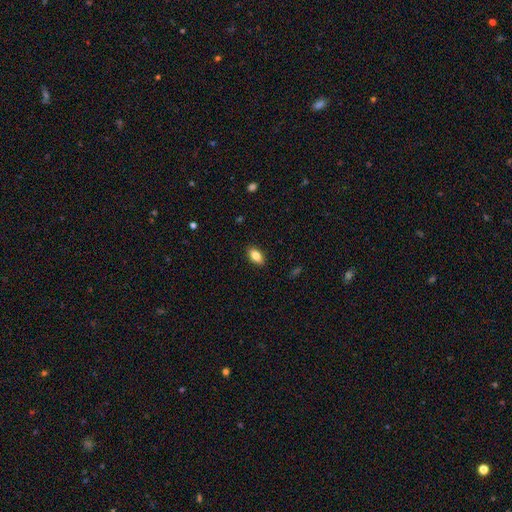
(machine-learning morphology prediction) smooth-or-featured: smooth: 84% | featured or disk: 8% | star or artifact: 8%
  how-rounded: in between: 90% | round: 6% | cigar-shaped: 4%
  merging: none: 89% | minor disturbance: 9% | major disturbance: 2% | merger: 1%